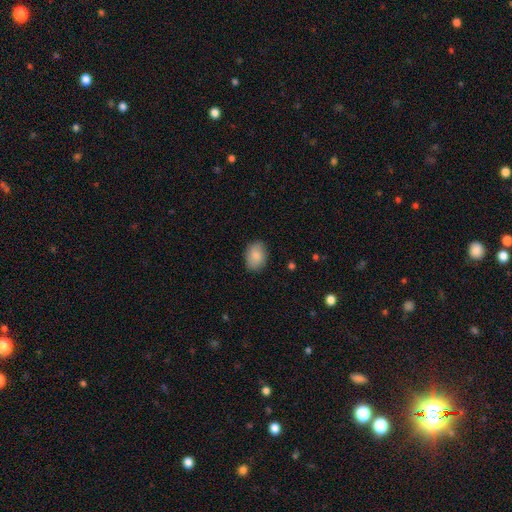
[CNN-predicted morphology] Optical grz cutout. It shows a smooth galaxy with no disk features (87%) that is in between round and cigar-shaped (77%). Merging: none (84%).